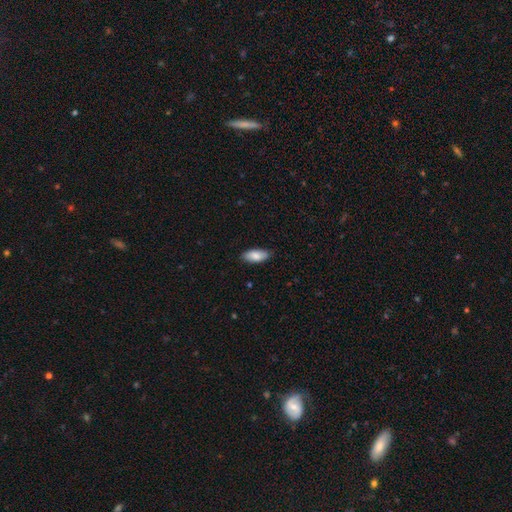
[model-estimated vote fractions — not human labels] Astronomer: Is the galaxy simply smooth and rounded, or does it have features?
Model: smooth — 83%.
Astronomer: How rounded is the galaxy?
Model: in between — 88%.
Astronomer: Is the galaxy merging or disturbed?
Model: none — 86%.